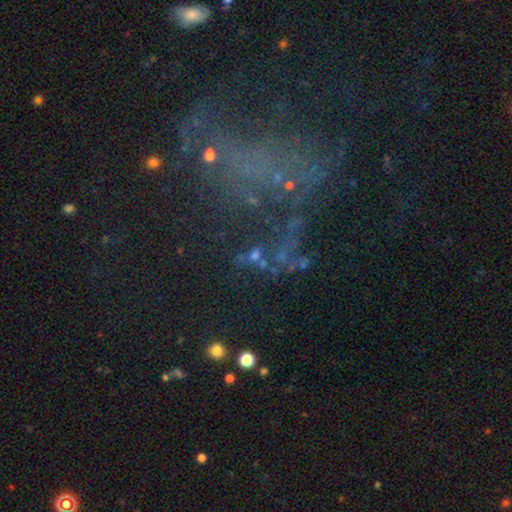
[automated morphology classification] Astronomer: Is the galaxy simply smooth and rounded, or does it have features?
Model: star or artifact — 47% (runner-up: smooth, 29%).